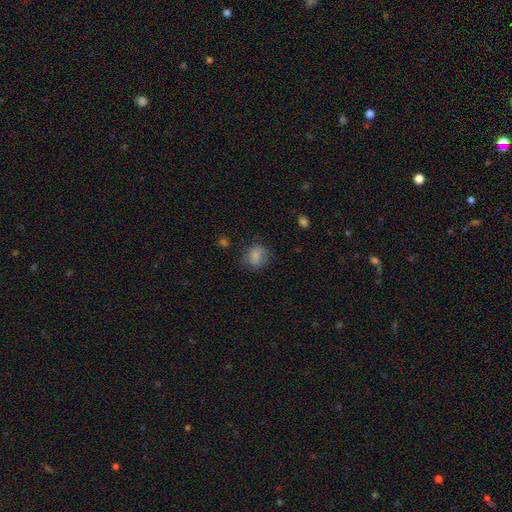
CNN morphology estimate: A smooth galaxy with no disk features (80%) that is round (58%). Merging: none (66%).